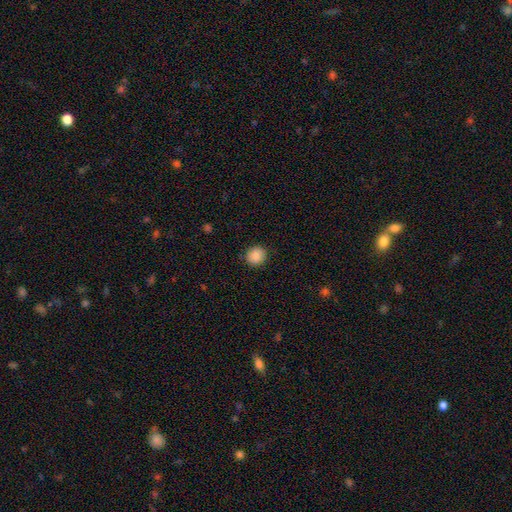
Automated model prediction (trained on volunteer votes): Smooth or featured?
  - smooth: 88% *
  - star or artifact: 9%
  - featured or disk: 3%
How rounded?
  - round: 88% *
  - in between: 11%
  - cigar-shaped: 1%
Merging?
  - none: 90% *
  - minor disturbance: 7%
  - major disturbance: 2%
  - merger: 1%